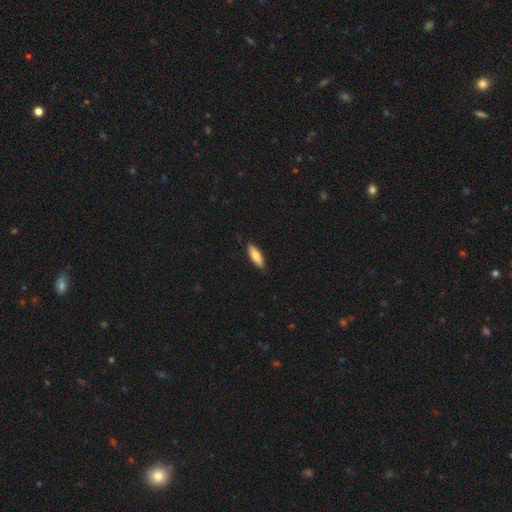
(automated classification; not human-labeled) Smooth or featured: smooth — 78% (featured or disk — 17%)
How rounded: in between — 55% (cigar-shaped — 43%)
Merging: none — 87% (minor disturbance — 10%)